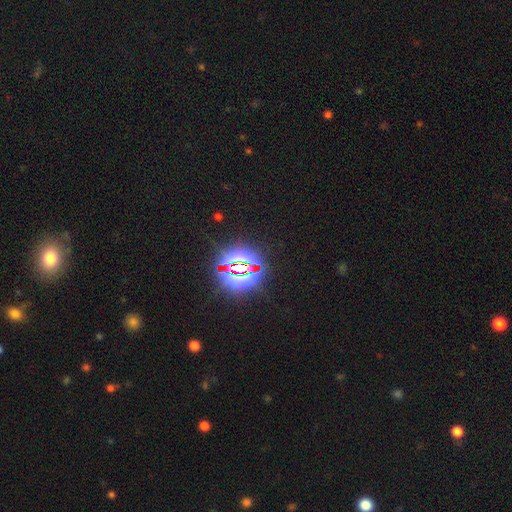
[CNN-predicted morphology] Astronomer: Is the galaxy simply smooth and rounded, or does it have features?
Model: star or artifact — 82%.